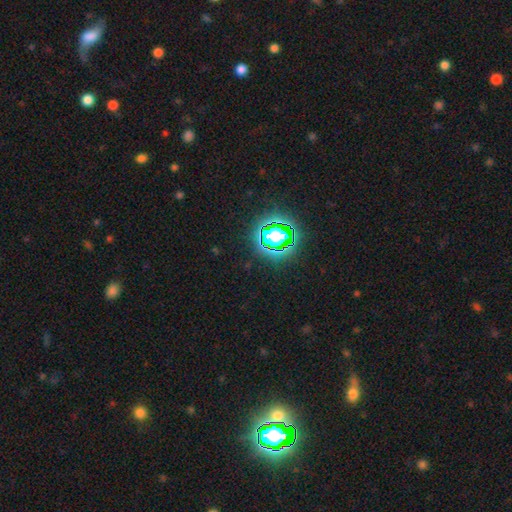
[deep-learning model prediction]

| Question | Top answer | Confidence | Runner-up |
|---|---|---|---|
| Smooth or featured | star or artifact | 80% | smooth (13%) |